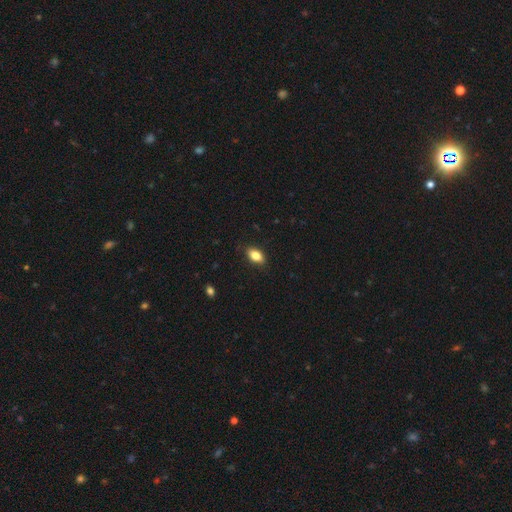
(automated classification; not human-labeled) smooth-or-featured: smooth: 84% | featured or disk: 8% | star or artifact: 8%
  how-rounded: in between: 89% | round: 7% | cigar-shaped: 4%
  merging: none: 85% | minor disturbance: 11% | major disturbance: 2% | merger: 1%